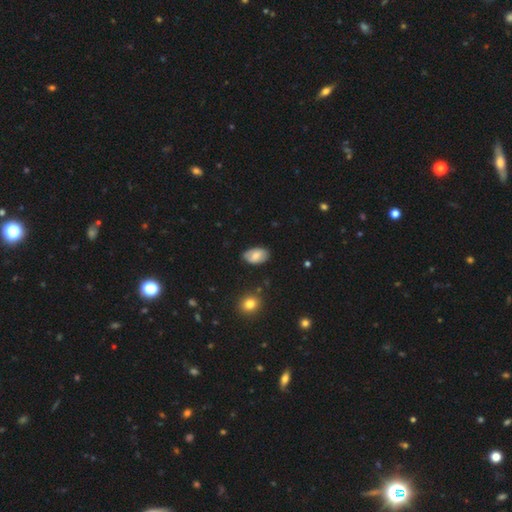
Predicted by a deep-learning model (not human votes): Smooth or featured? Predicted: smooth (p=0.66). How rounded? Predicted: in between (p=0.93). Merging? Predicted: none (p=0.75).